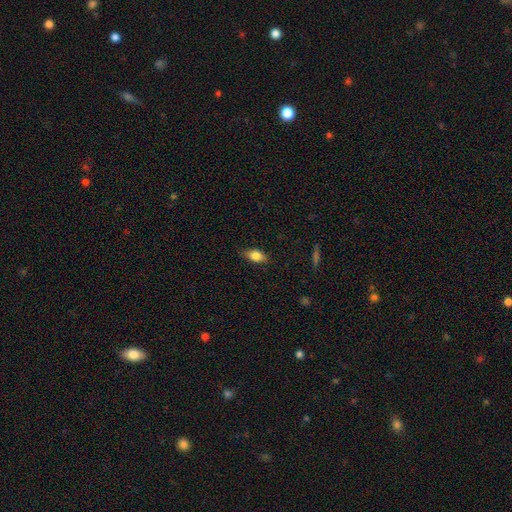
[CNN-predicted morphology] smooth 78%, featured or disk 14%, star or artifact 8%. Down the decision tree: how rounded — in between (83%); merging — none (78%).